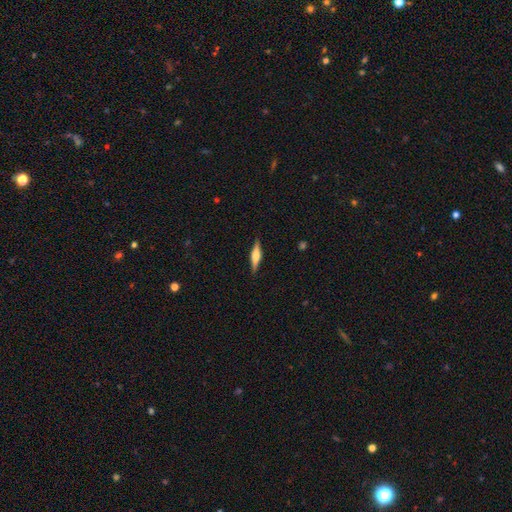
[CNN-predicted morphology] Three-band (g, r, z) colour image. It shows a featured or disk galaxy (54%) viewed edge-on (96%) with a rounded central bulge (82%). Merging: none (89%).